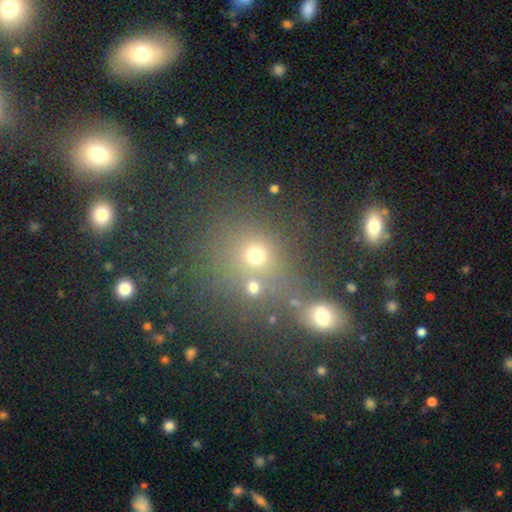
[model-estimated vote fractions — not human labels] This is likely a smooth galaxy (65%). How rounded: likely round (78%). Merging: possibly none (51%).